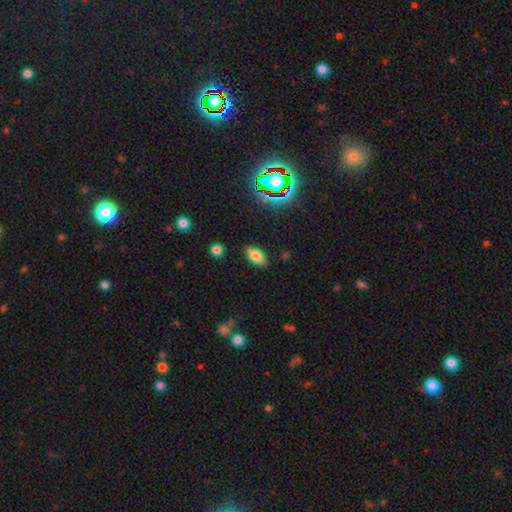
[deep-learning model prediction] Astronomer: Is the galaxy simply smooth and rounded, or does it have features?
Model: smooth — 75%.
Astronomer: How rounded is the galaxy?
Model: in between — 89%.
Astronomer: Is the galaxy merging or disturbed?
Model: none — 86%.